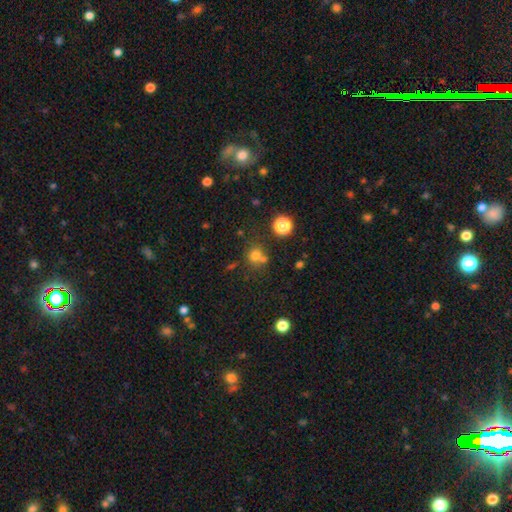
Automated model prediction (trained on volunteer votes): Overall: smooth (71%). How rounded: round (83%). Merging: none (56%; merger 29%).